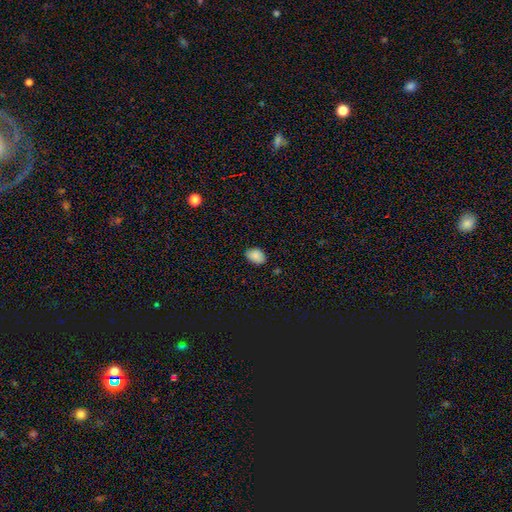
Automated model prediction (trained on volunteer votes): smooth_or_featured: smooth (p=0.87) [alt: star or artifact p=0.08]
how_rounded: in between (p=0.85) [alt: round p=0.14]
merging: none (p=0.81) [alt: minor disturbance p=0.15]